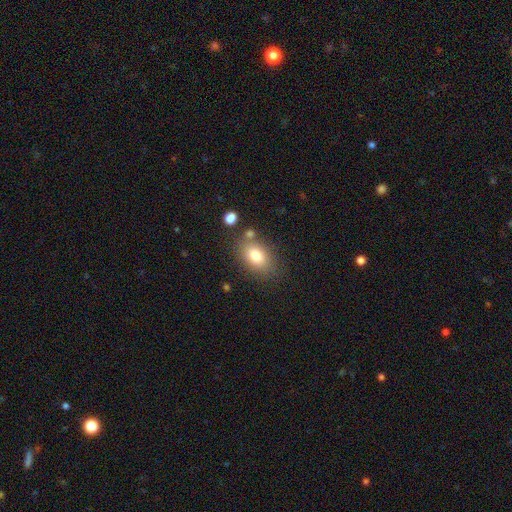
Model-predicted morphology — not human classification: Smooth or featured? smooth (79%)
How rounded? in between (81%)
Merging? none (73%)